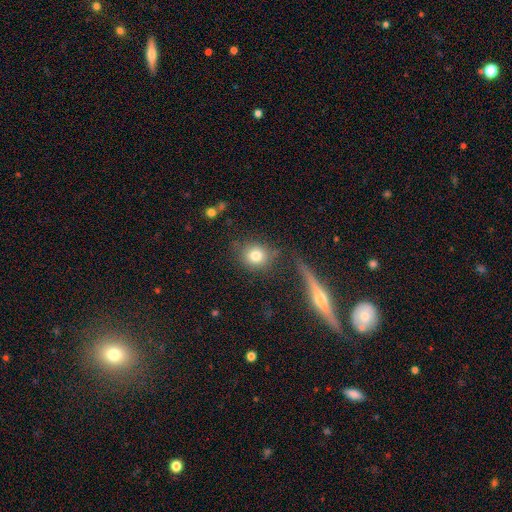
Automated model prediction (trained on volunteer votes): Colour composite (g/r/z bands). It shows a smooth galaxy with no disk features (79%) that is round (83%). Merging: none (75%).